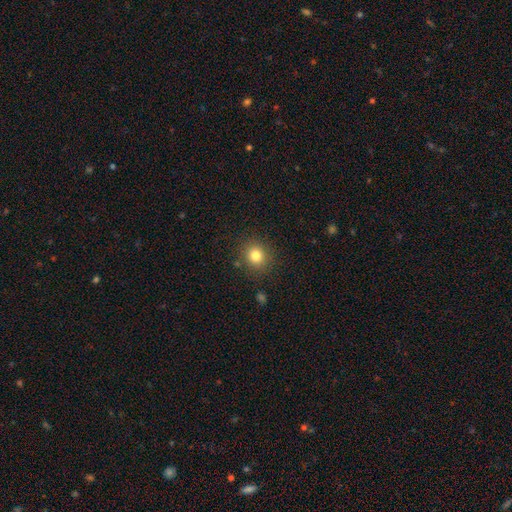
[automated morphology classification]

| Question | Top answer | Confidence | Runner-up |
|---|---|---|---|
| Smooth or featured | smooth | 81% | star or artifact (12%) |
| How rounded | round | 82% | in between (17%) |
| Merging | none | 87% | minor disturbance (8%) |